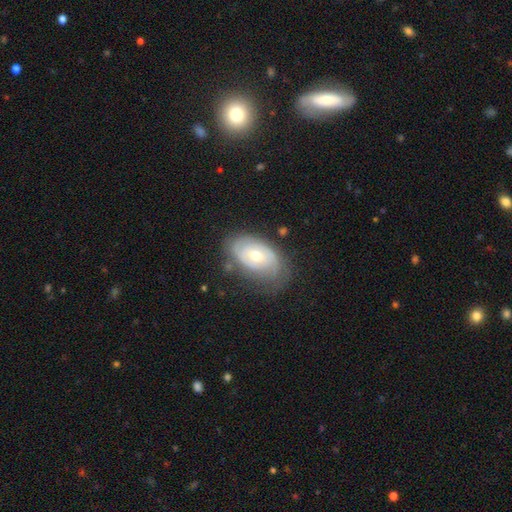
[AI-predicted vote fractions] Q: Smooth or featured?
A: featured or disk (63%); runner-up: smooth (30%)
Q: Edge-on disk?
A: no (93%); runner-up: yes (7%)
Q: Bar?
A: no (72%); runner-up: weak (23%)
Q: Spiral arms?
A: yes (74%); runner-up: no (26%)
Q: Bulge size?
A: moderate (58%); runner-up: small (38%)
Q: Merging?
A: none (63%); runner-up: minor disturbance (25%)